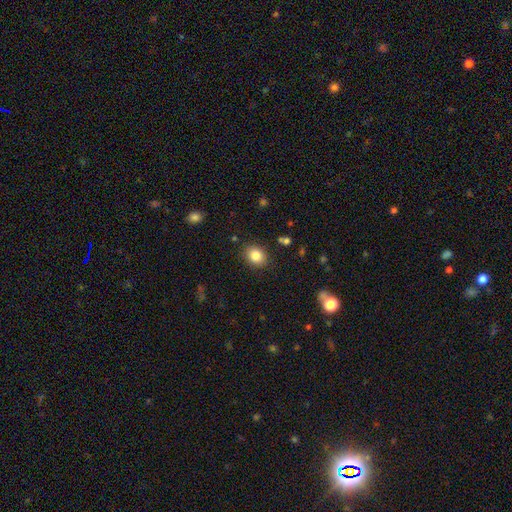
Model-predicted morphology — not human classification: A smooth galaxy with no disk features (84%) that is round (55%).

Vote fractions:
- Smooth or featured? smooth: 84% / star or artifact: 10% / featured or disk: 6%
- How rounded? round: 55% / in between: 44% / cigar-shaped: 1%
- Merging? none: 87% / minor disturbance: 9% / major disturbance: 3% / merger: 1%